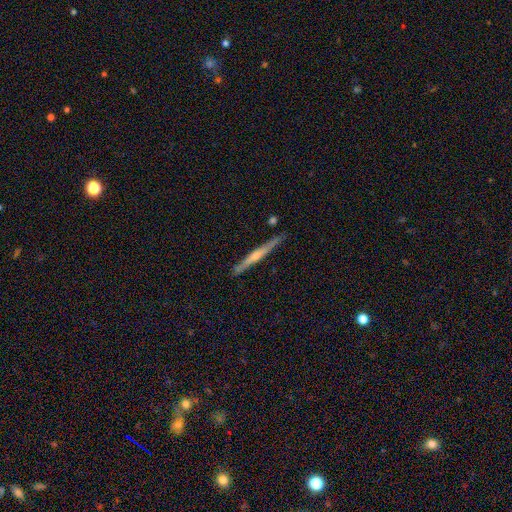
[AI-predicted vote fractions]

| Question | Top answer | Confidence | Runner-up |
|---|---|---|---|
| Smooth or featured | featured or disk | 66% | smooth (28%) |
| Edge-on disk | yes | 98% | no (2%) |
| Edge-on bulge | rounded | 68% | none (26%) |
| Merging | none | 87% | minor disturbance (9%) |